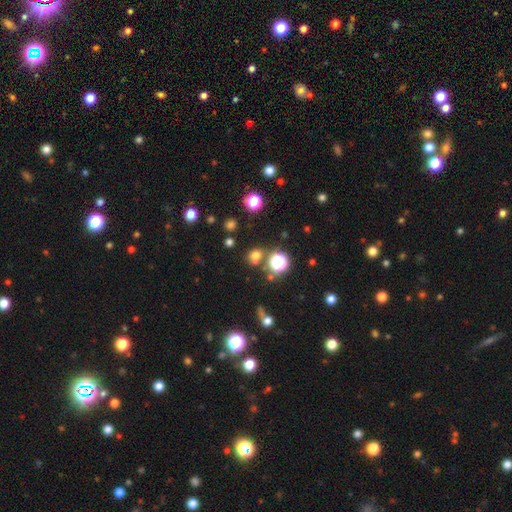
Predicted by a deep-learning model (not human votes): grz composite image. It shows a smooth galaxy with no disk features (64%) that is round (77%). Merging: none (73%).